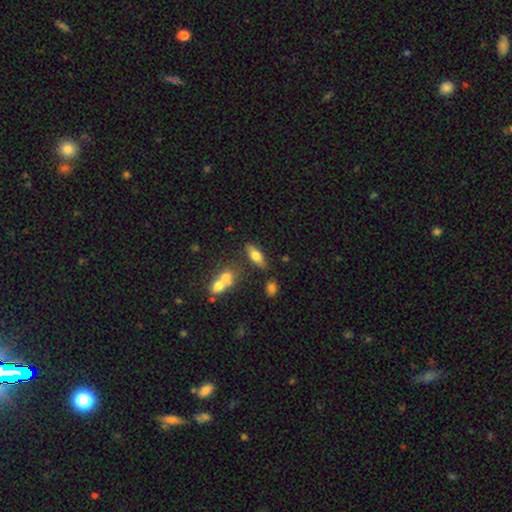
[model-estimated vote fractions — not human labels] A smooth galaxy with no disk features (67%) that is in between round and cigar-shaped (74%). Merging: none (69%).